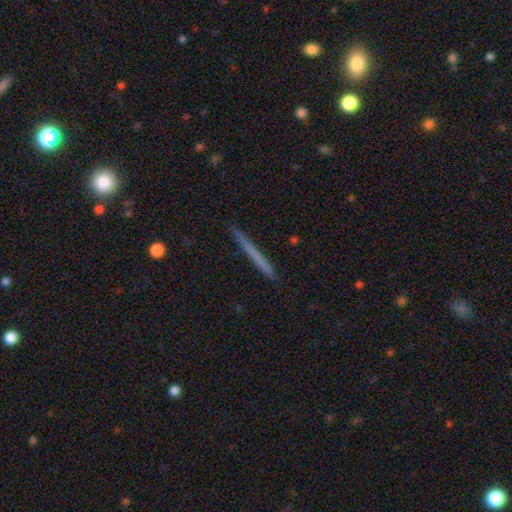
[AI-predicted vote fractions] This is possibly a smooth galaxy (57%). How rounded: clearly cigar-shaped (97%). Merging: clearly none (91%).